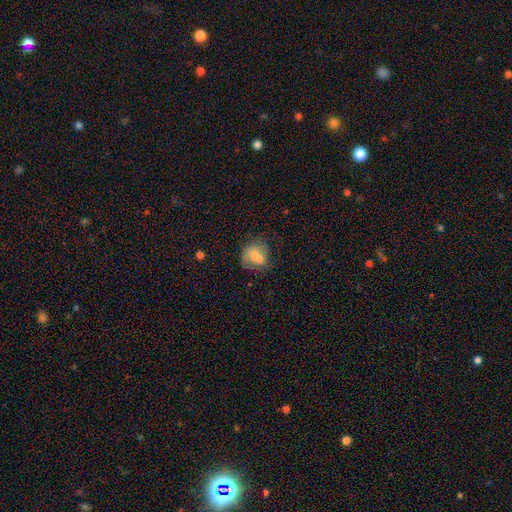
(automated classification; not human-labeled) This is possibly a smooth galaxy (60%). How rounded: likely round (63%). Merging: possibly none (46%).